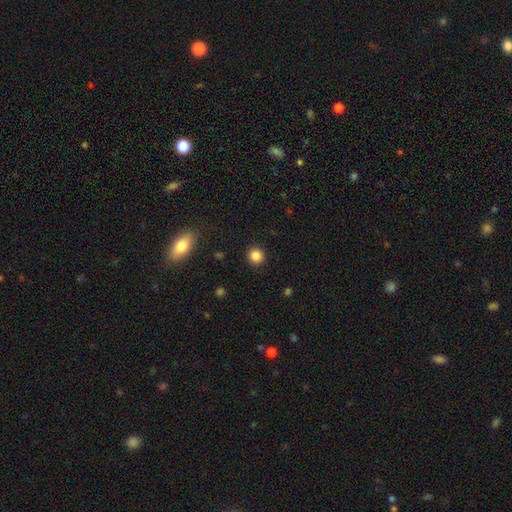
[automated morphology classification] Q: Smooth or featured?
A: smooth (85%); runner-up: star or artifact (11%)
Q: How rounded?
A: round (93%); runner-up: in between (6%)
Q: Merging?
A: none (92%); runner-up: minor disturbance (5%)